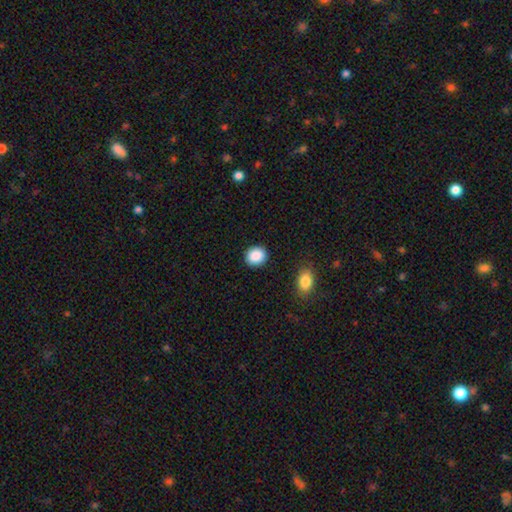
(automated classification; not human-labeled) A smooth galaxy with no disk features (89%) that is round (74%).

Vote fractions:
- Smooth or featured? smooth: 89% / star or artifact: 8% / featured or disk: 3%
- How rounded? round: 74% / in between: 25% / cigar-shaped: 1%
- Merging? none: 90% / minor disturbance: 7% / major disturbance: 2% / merger: 2%